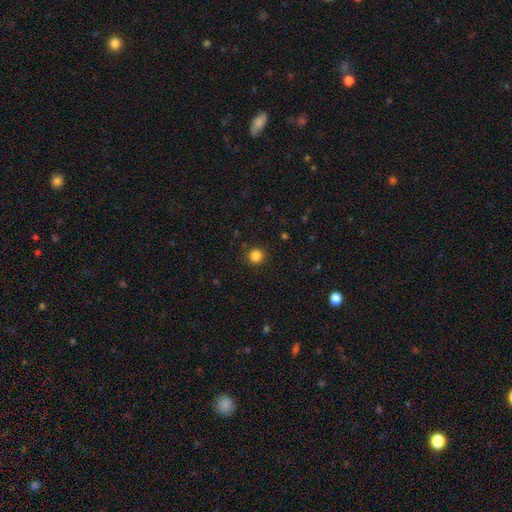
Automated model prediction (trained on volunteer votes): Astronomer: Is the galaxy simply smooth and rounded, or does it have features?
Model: smooth — 84%.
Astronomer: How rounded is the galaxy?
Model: round — 94%.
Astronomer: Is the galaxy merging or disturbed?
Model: none — 92%.